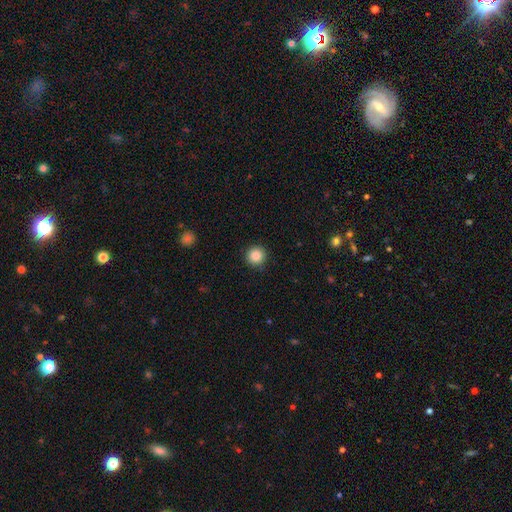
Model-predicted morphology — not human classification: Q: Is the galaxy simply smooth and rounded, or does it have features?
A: smooth — 86%.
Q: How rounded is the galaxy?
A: round — 96%.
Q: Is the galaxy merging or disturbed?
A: none — 93%.